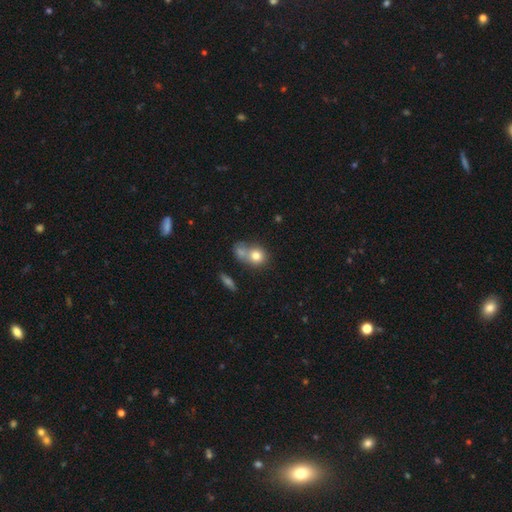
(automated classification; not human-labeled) A smooth galaxy with no disk features (77%) that is round (68%).

Vote fractions:
- Smooth or featured? smooth: 77% / featured or disk: 13% / star or artifact: 10%
- How rounded? round: 68% / in between: 30% / cigar-shaped: 2%
- Merging? merger: 48% / none: 34% / minor disturbance: 11% / major disturbance: 6%